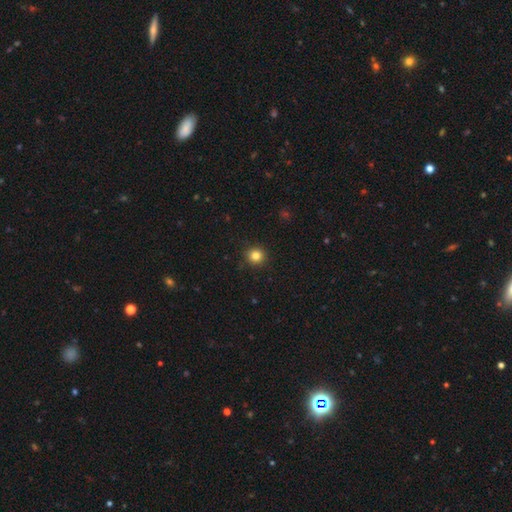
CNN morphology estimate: The model was most divided on "smooth or featured": smooth: 83%, star or artifact: 12%, featured or disk: 5%. More confident: how rounded — round (93%); merging — none (91%).